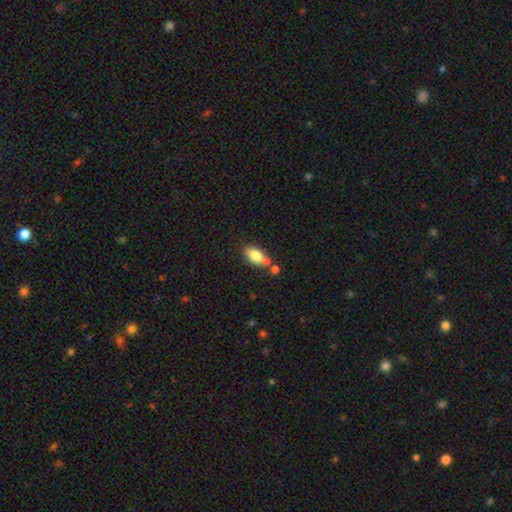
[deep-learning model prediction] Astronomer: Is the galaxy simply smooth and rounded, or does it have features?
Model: smooth — 81%.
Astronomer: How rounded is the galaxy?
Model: in between — 88%.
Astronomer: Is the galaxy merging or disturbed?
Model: none — 59%.